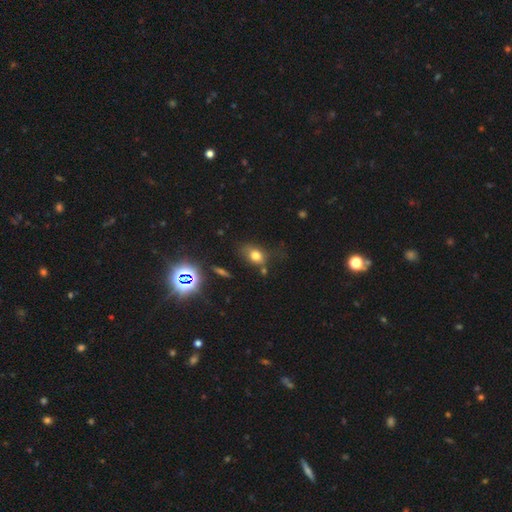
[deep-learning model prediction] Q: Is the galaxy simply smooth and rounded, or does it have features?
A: smooth — 73%.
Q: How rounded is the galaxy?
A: in between — 70%.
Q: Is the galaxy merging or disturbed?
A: none — 59%.